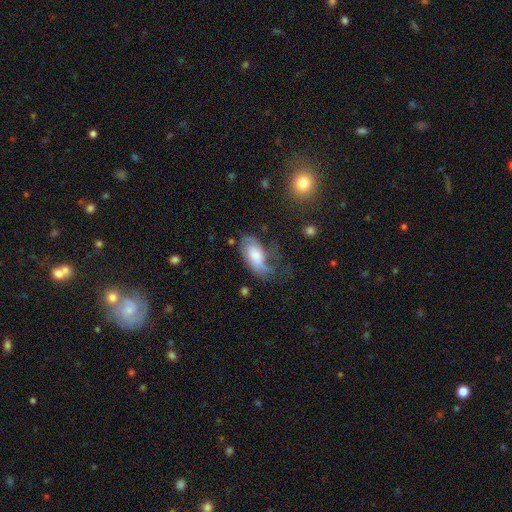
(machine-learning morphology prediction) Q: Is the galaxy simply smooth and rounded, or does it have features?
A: smooth — 51%.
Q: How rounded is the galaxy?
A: in between — 91%.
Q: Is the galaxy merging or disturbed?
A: major disturbance — 39%.